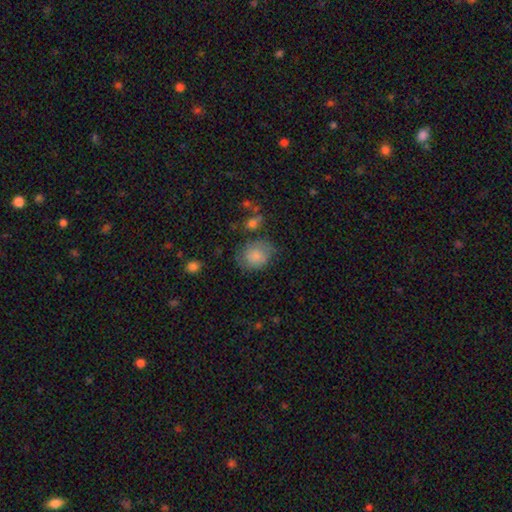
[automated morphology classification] smooth 79%, featured or disk 13%, star or artifact 8%. Down the decision tree: how rounded — round (65%); merging — none (59%).